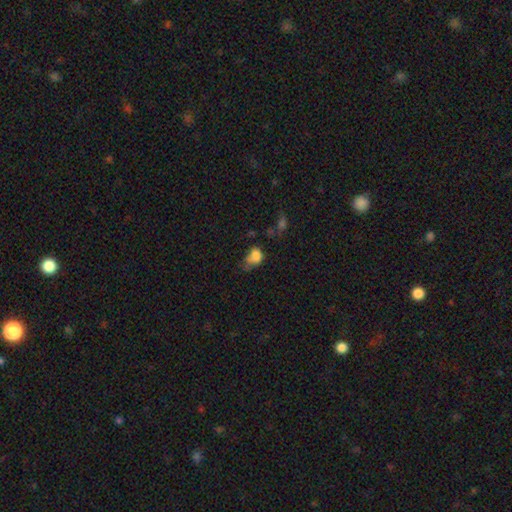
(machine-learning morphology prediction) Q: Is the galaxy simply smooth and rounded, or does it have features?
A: smooth — 75%.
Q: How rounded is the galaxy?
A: in between — 61%.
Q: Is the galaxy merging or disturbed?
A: none — 30%.